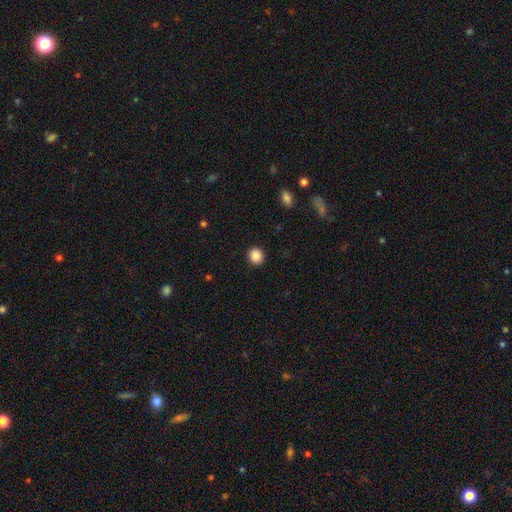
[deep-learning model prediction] A smooth galaxy with no disk features (88%) that is round (89%). Merging: none (92%).